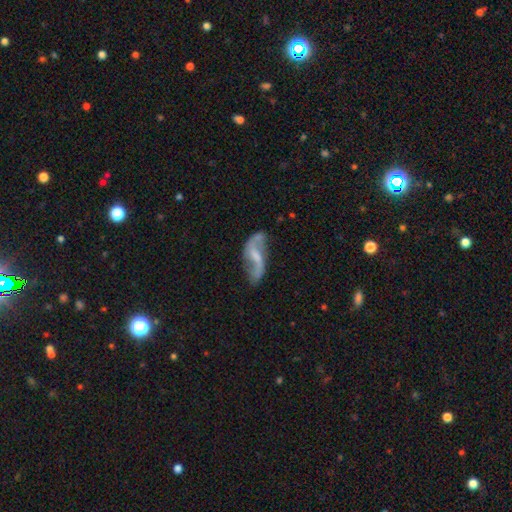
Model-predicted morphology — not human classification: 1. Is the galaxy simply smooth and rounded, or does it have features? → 79% featured or disk, 14% smooth, 6% star or artifact.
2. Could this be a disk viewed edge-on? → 94% no, 6% yes.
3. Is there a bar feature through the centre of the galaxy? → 49% weak, 26% no, 26% strong.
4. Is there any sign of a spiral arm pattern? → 90% yes, 10% no.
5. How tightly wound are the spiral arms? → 78% loose, 17% medium, 5% tight.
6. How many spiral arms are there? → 90% 2, 4% can't tell, 3% 1, 1% 3, 1% 4, 1% more than 4.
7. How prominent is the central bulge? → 36% small, 34% none, 25% moderate, 3% large, 1% dominant.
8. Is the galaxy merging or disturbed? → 61% none, 21% minor disturbance, 13% major disturbance, 5% merger.